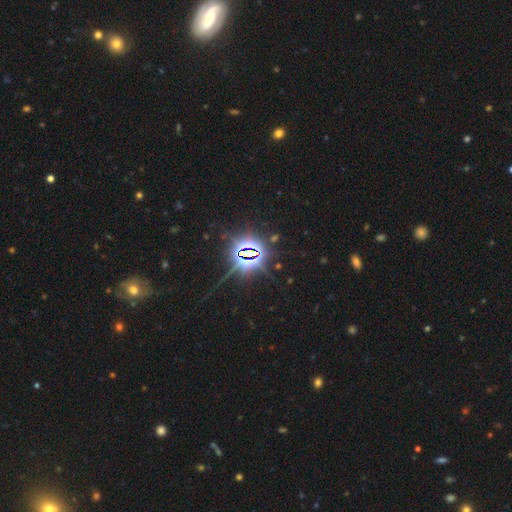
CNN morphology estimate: Smooth or featured: star or artifact — 84% (smooth — 9%)